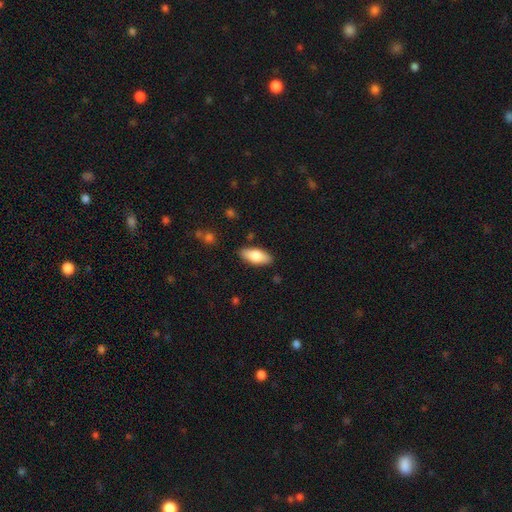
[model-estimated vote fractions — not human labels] Smooth or featured? smooth (78%)
How rounded? in between (84%)
Merging? none (87%)